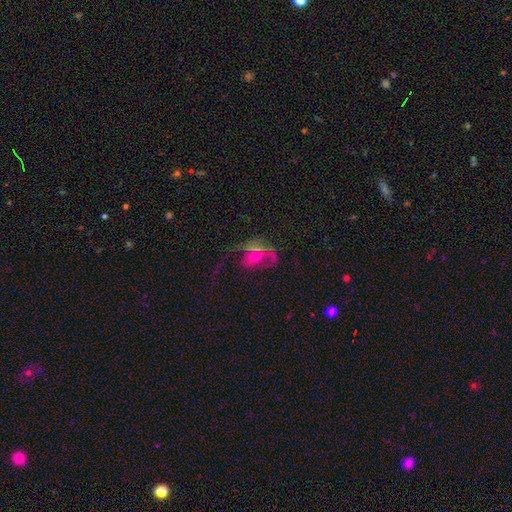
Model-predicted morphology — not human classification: Overall: smooth (41%; featured or disk 39%). Merging: major disturbance (39%; none 34%).